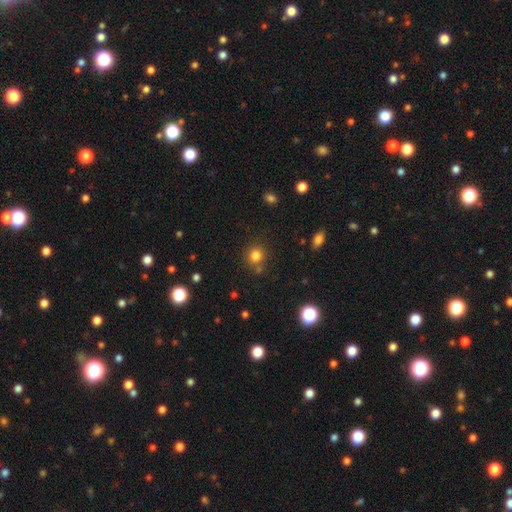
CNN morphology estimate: Smooth or featured: smooth — 79% (star or artifact — 15%)
How rounded: round — 88% (in between — 11%)
Merging: none — 75% (merger — 11%)